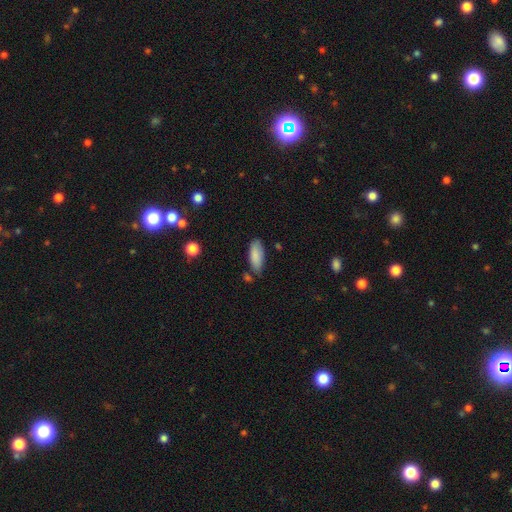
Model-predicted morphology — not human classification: Smooth or featured?
  - smooth: 86% *
  - featured or disk: 8%
  - star or artifact: 7%
How rounded?
  - in between: 78% *
  - cigar-shaped: 20%
  - round: 2%
Merging?
  - none: 71% *
  - minor disturbance: 20%
  - merger: 5%
  - major disturbance: 4%